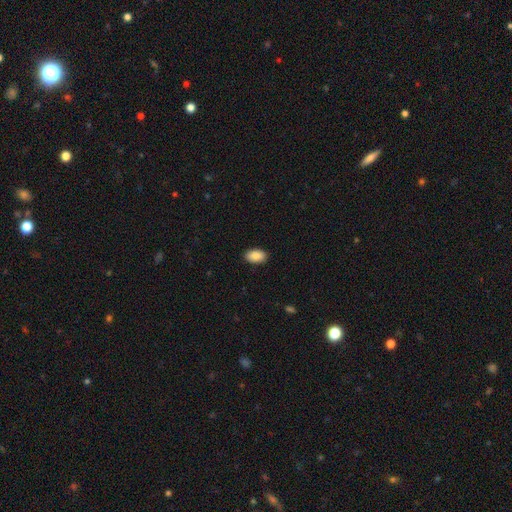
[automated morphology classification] A smooth galaxy with no disk features (88%) that is in between round and cigar-shaped (94%). Merging: none (90%).